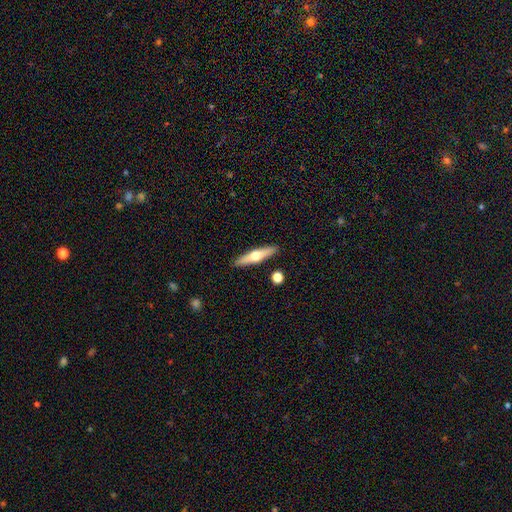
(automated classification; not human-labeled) Smooth or featured? featured or disk (52%)
Edge-on disk? yes (92%)
Merging? none (89%)